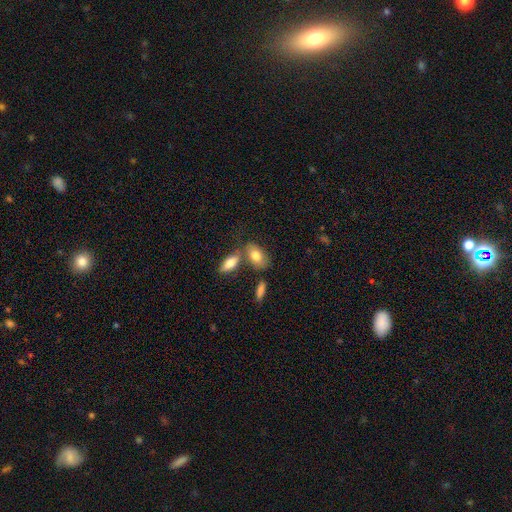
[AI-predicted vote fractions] Smooth or featured? smooth (78%)
How rounded? in between (88%)
Merging? none (56%)